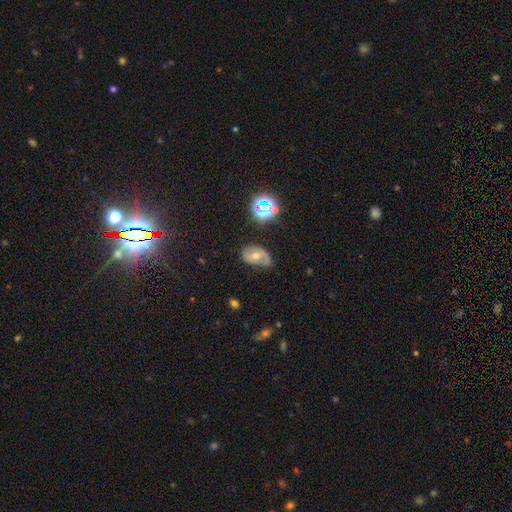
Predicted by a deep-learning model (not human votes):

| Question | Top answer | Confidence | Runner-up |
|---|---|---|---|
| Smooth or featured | featured or disk | 49% | smooth (31%) |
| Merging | none | 51% | minor disturbance (33%) |